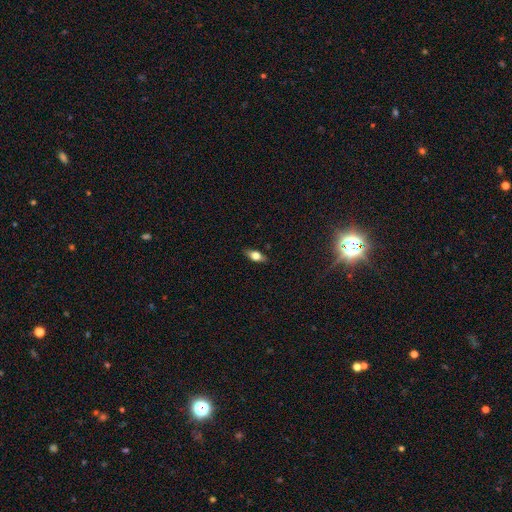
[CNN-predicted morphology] Overall: smooth (59%; featured or disk 32%). How rounded: in between (77%). Merging: none (85%).